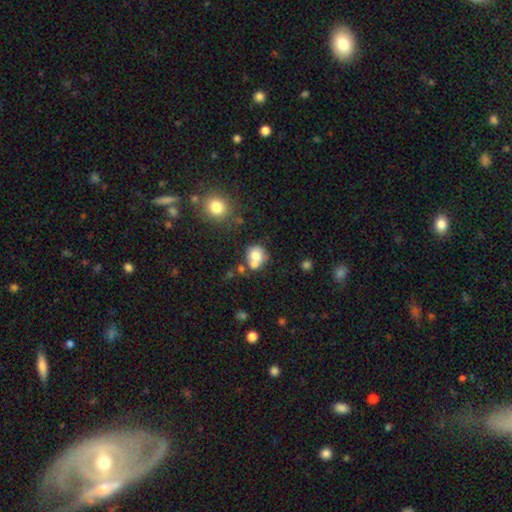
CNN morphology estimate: Smooth or featured? smooth (72%)
How rounded? round (75%)
Merging? none (42%)